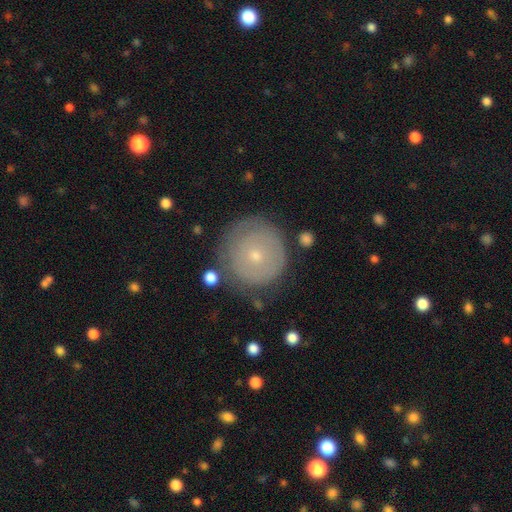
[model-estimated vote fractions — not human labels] A smooth galaxy with no disk features (48%).

Vote fractions:
- Smooth or featured? smooth: 48% / featured or disk: 43% / star or artifact: 9%
- Merging? none: 78% / minor disturbance: 15% / major disturbance: 5% / merger: 2%